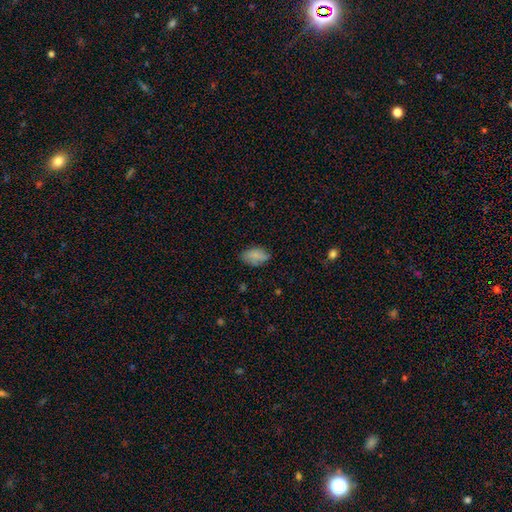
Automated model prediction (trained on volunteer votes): Overall: smooth (82%). How rounded: in between (91%). Merging: none (72%).